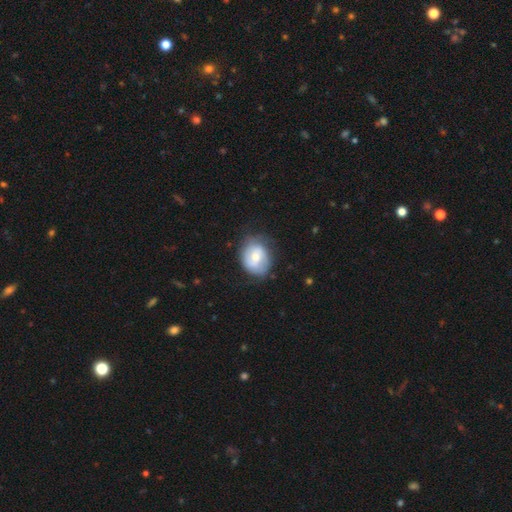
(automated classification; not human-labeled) Morphology: type=featured or disk (48%); merging=none (68%).